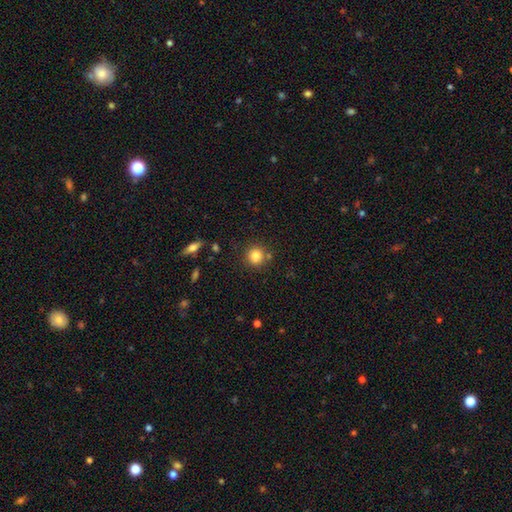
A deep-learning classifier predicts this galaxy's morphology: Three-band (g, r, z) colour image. It shows a smooth galaxy with no disk features (83%) that is round (87%). Merging: none (77%).